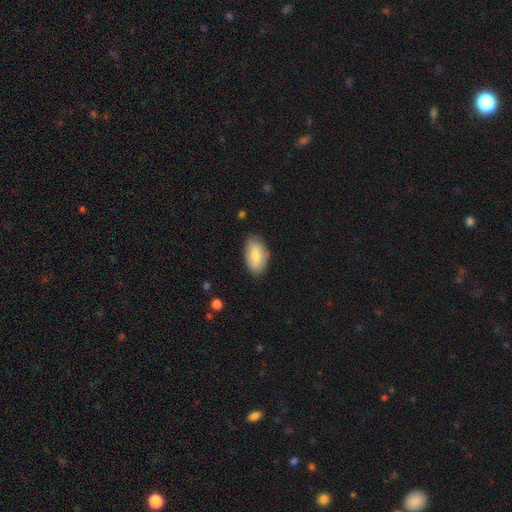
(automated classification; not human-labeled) smooth-or-featured: smooth: 75% | featured or disk: 19% | star or artifact: 6%
  how-rounded: in between: 93% | round: 5% | cigar-shaped: 2%
  merging: none: 80% | minor disturbance: 15% | major disturbance: 3% | merger: 1%